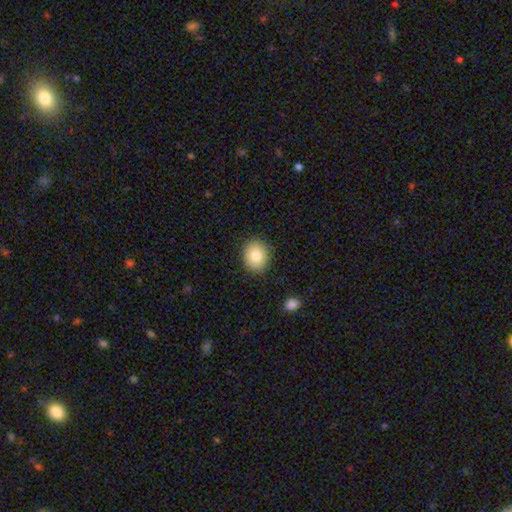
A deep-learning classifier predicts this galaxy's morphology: Smooth or featured? smooth (81%)
How rounded? round (58%)
Merging? none (87%)